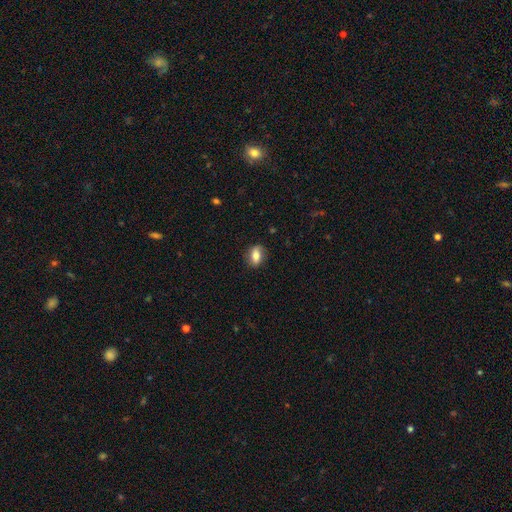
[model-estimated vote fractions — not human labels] This appears to be a smooth galaxy with no disk features (69%) that is in between round and cigar-shaped (78%). Merging: none (82%).